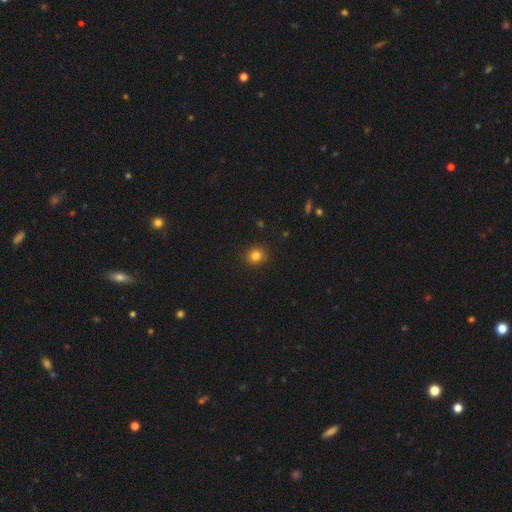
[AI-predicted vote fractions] Smooth or featured: smooth — 82% (star or artifact — 13%)
How rounded: round — 88% (in between — 11%)
Merging: none — 92% (minor disturbance — 6%)